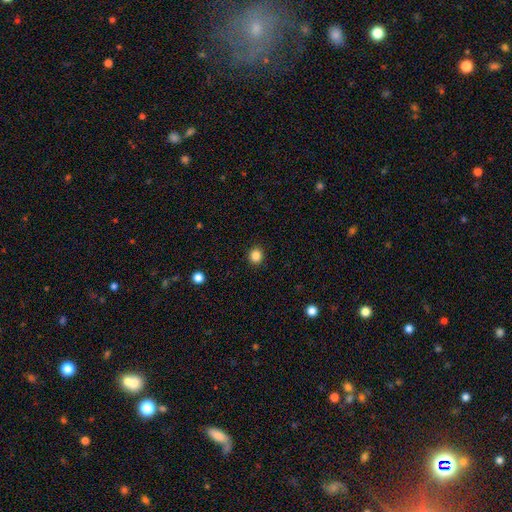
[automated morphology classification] Overall: smooth (86%). How rounded: round (87%). Merging: none (92%).